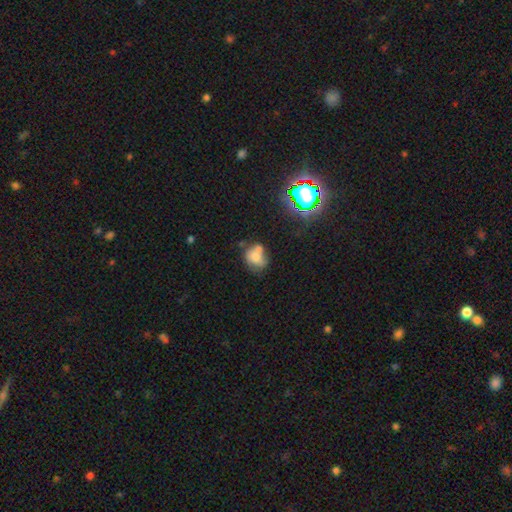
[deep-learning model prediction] A smooth galaxy with no disk features (66%) that is round (53%).

Vote fractions:
- Smooth or featured? smooth: 66% / featured or disk: 20% / star or artifact: 14%
- How rounded? round: 53% / in between: 45% / cigar-shaped: 1%
- Merging? none: 35% / merger: 30% / minor disturbance: 23% / major disturbance: 12%